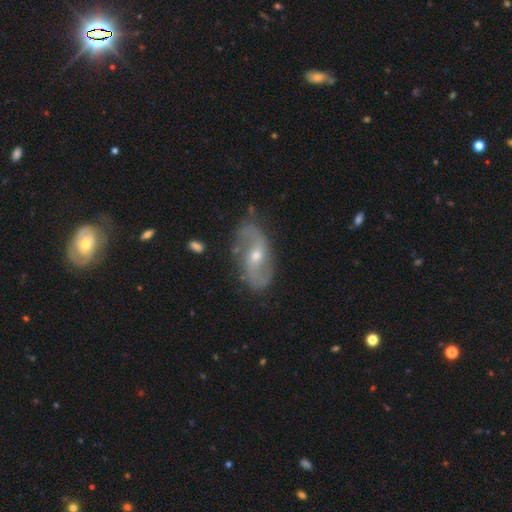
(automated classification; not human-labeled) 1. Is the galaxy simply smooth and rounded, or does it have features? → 81% featured or disk, 10% star or artifact, 10% smooth.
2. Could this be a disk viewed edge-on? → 94% no, 6% yes.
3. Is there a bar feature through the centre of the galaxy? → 42% weak, 41% no, 17% strong.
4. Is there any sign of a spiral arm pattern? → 92% yes, 8% no.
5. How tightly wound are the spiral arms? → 45% medium, 28% tight, 27% loose.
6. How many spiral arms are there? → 79% 2, 11% can't tell, 3% 3, 3% 1, 2% 4, 2% more than 4.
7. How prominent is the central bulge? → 52% moderate, 43% small, 2% large, 1% none, 1% dominant.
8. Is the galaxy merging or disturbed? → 80% none, 14% minor disturbance, 5% major disturbance, 2% merger.